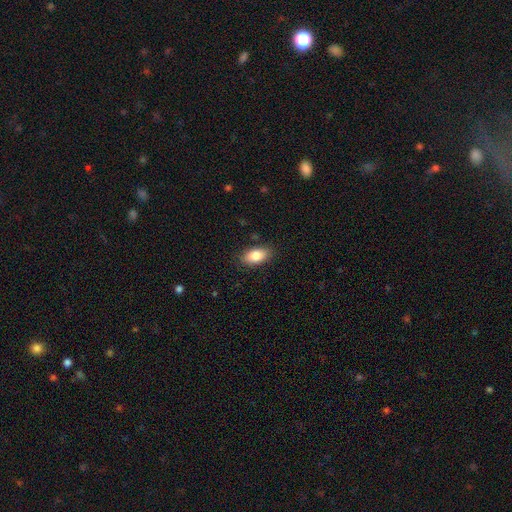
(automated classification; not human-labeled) smooth-or-featured: smooth: 85% | featured or disk: 8% | star or artifact: 7%
  how-rounded: in between: 91% | round: 5% | cigar-shaped: 4%
  merging: none: 85% | minor disturbance: 11% | major disturbance: 3% | merger: 1%